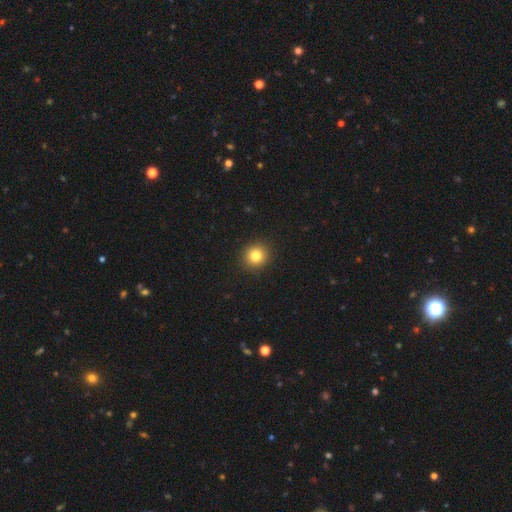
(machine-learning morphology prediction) This is clearly a smooth galaxy (82%). How rounded: clearly round (90%). Merging: clearly none (92%).